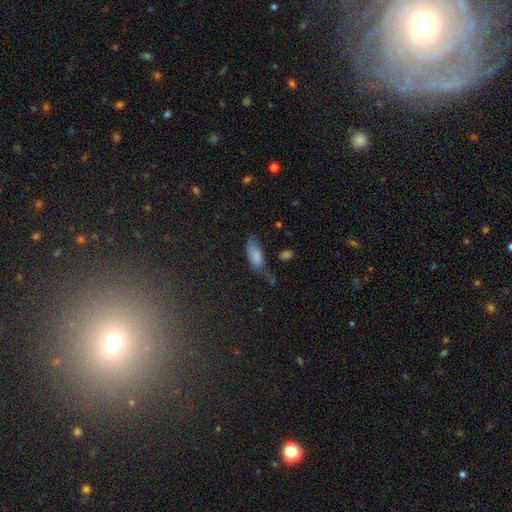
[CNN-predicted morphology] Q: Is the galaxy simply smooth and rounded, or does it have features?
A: smooth — 77%.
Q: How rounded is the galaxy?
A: in between — 85%.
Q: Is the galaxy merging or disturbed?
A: minor disturbance — 37%.